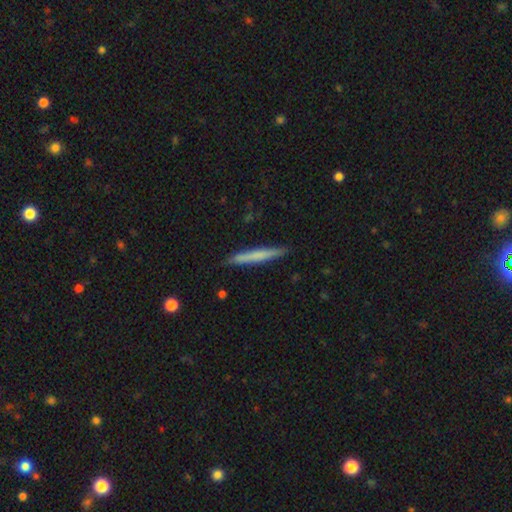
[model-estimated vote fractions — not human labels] A smooth galaxy with no disk features (63%) that is cigar-shaped (96%).

Vote fractions:
- Smooth or featured? smooth: 63% / featured or disk: 32% / star or artifact: 5%
- How rounded? cigar-shaped: 96% / in between: 2% / round: 1%
- Merging? none: 91% / minor disturbance: 7% / major disturbance: 1% / merger: 1%